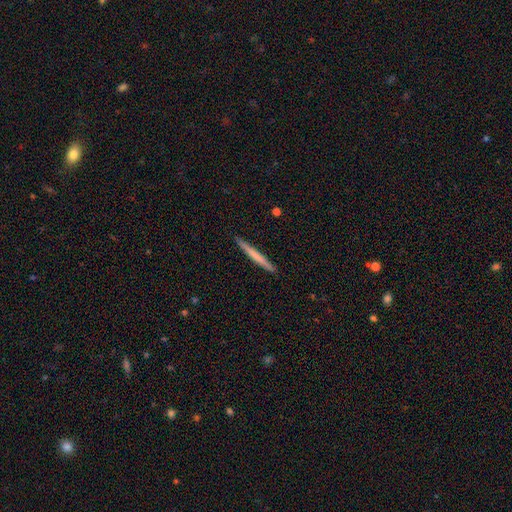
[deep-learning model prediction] smooth-or-featured: smooth: 63% | featured or disk: 32% | star or artifact: 5%
  how-rounded: cigar-shaped: 97% | in between: 2% | round: 1%
  merging: none: 92% | minor disturbance: 5% | major disturbance: 1% | merger: 1%